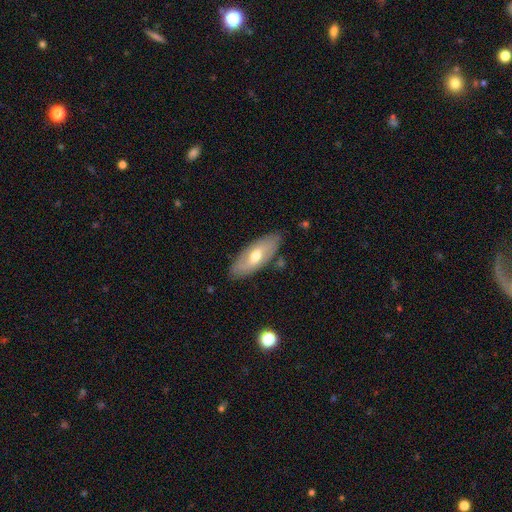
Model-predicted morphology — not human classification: Smooth or featured? Predicted: smooth (p=0.53). How rounded? Predicted: in between (p=0.80). Merging? Predicted: none (p=0.82).